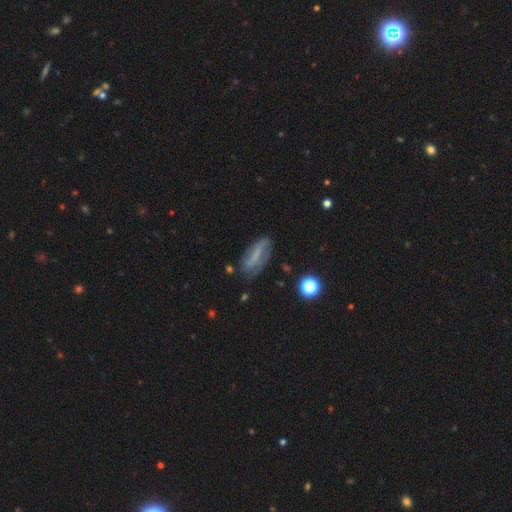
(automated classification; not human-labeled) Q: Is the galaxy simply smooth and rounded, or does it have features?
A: smooth — 46%.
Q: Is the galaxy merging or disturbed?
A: none — 60%.